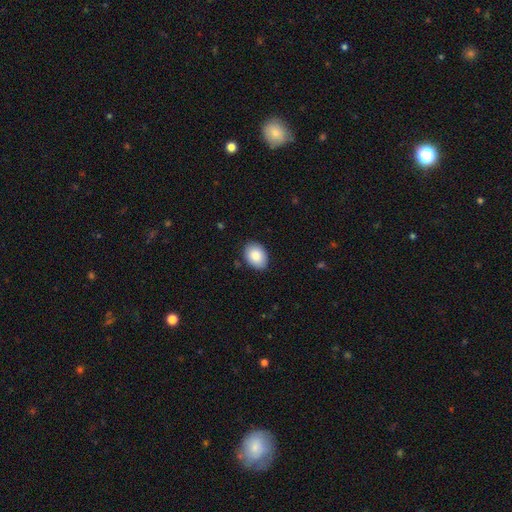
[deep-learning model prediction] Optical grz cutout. It shows a smooth galaxy with no disk features (88%) that is in between round and cigar-shaped (78%). Merging: none (85%).